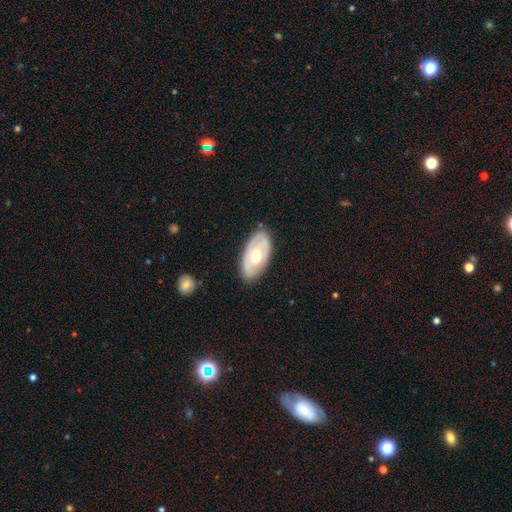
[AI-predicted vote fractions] Overall: featured or disk (59%; smooth 36%). Edge-on disk: no (87%). Bar: no (78%). Spiral arms: no (67%; yes 33%). Bulge size: moderate (69%). Merging: none (80%).